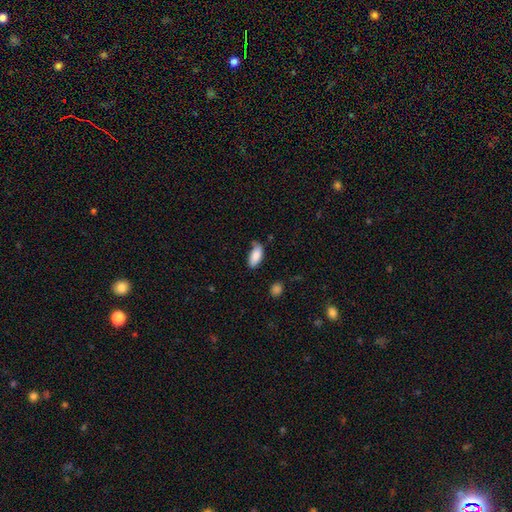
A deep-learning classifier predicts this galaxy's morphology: This is clearly a smooth galaxy (86%). How rounded: clearly in between (90%). Merging: likely none (61%).